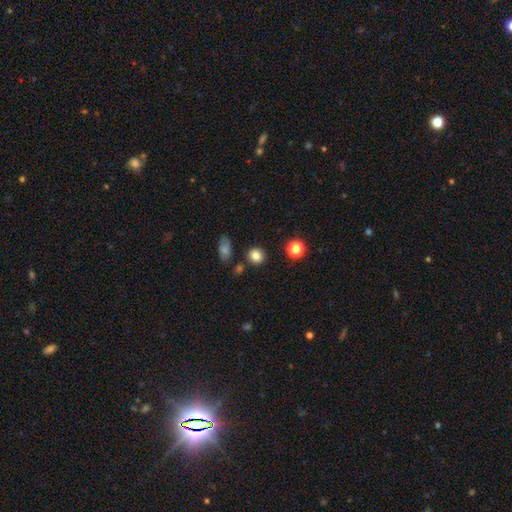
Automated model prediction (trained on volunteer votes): Morphology: type=smooth (83%); roundness=round (78%); merging=none (84%).